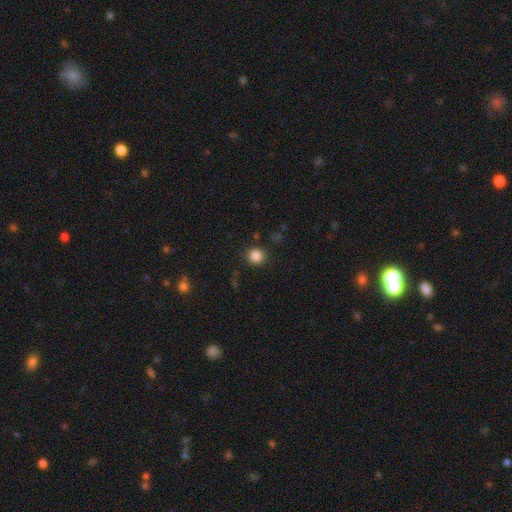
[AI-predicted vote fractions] smooth_or_featured: smooth (p=0.85) [alt: star or artifact p=0.11]
how_rounded: round (p=0.88) [alt: in between p=0.11]
merging: none (p=0.87) [alt: minor disturbance p=0.09]